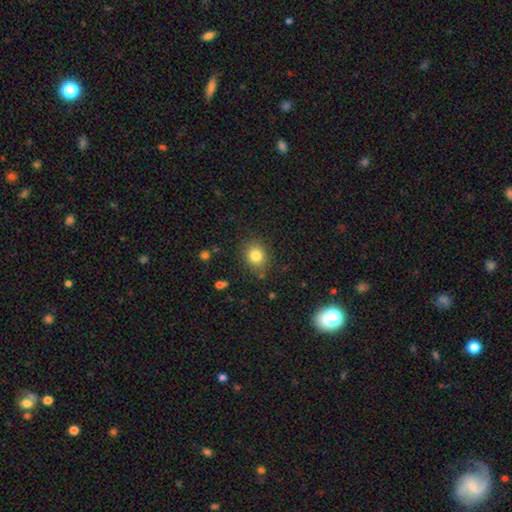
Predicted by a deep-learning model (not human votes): Overall: smooth (82%). How rounded: round (69%; in between 30%). Merging: none (82%).